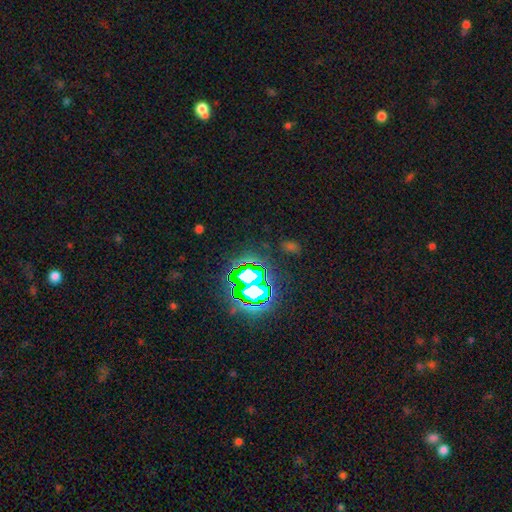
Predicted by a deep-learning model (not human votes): Q: Smooth or featured?
A: star or artifact (81%); runner-up: smooth (12%)